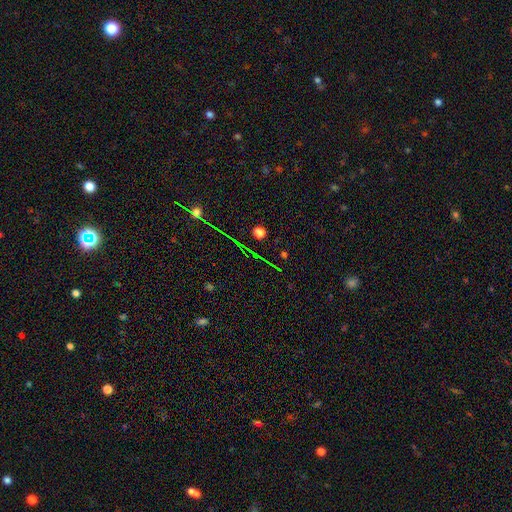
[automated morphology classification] This appears to be a star or artifact, not a galaxy (69%).